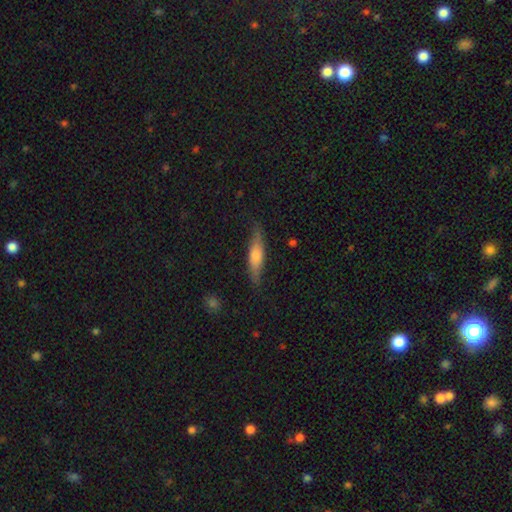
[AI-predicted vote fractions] This appears to be a smooth galaxy with no disk features (55%) that is cigar-shaped (77%). Merging: none (80%).